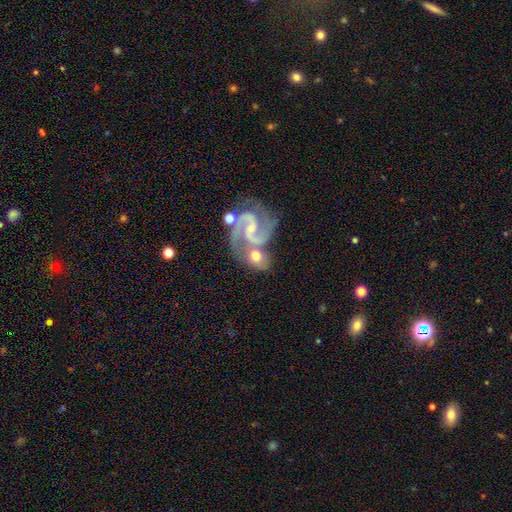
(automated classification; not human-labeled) Smooth or featured: featured or disk — 72% (smooth — 22%)
Edge-on disk: no — 97% (yes — 3%)
Bar: weak — 45% (no — 40%)
Spiral arms: yes — 95% (no — 5%)
Spiral winding: medium — 60% (loose — 27%)
Spiral arm count: 2 — 90% (3 — 3%)
Bulge size: small — 60% (moderate — 31%)
Merging: none — 41% (merger — 38%)